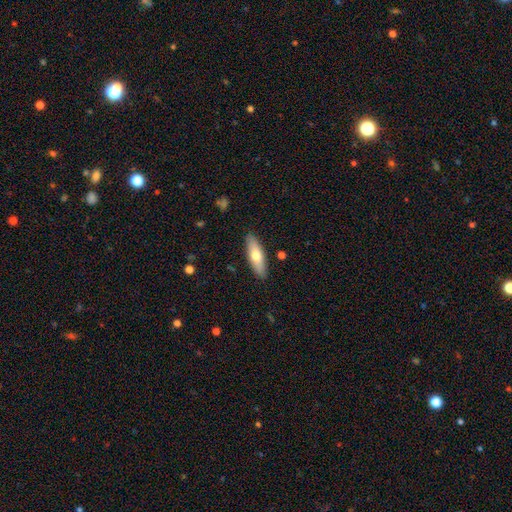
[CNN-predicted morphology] smooth_or_featured: smooth (p=0.65) [alt: featured or disk p=0.30]
how_rounded: in between (p=0.50) [alt: cigar-shaped p=0.47]
merging: none (p=0.88) [alt: minor disturbance p=0.09]